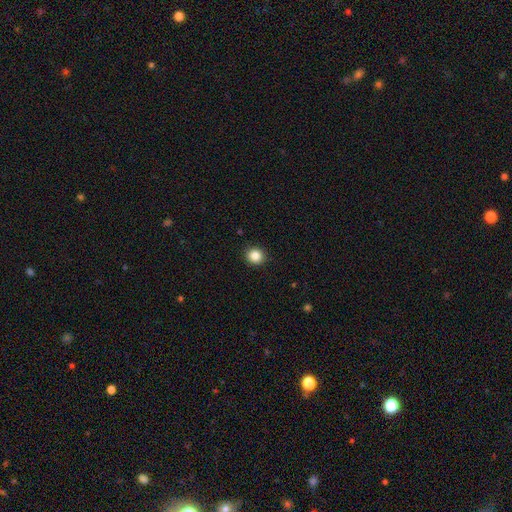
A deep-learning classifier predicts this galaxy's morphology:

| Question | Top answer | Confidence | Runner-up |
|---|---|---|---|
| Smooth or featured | smooth | 86% | star or artifact (10%) |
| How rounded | round | 88% | in between (11%) |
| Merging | none | 91% | minor disturbance (6%) |